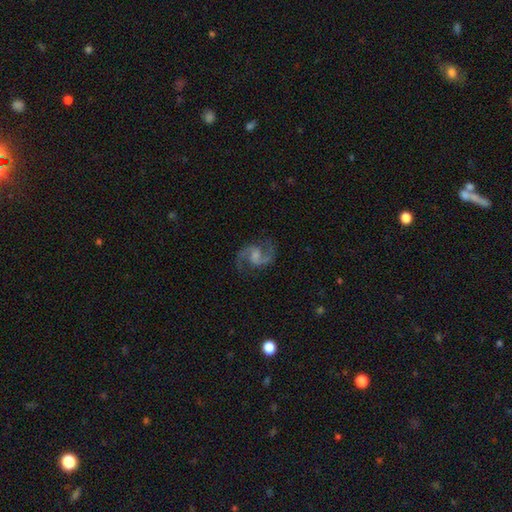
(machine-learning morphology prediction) smooth_or_featured: featured or disk (p=0.91) [alt: star or artifact p=0.05]
disk_edge_on: no (p=0.98) [alt: yes p=0.02]
bar: weak (p=0.50) [alt: no p=0.37]
has_spiral_arms: yes (p=0.98) [alt: no p=0.02]
spiral_winding: medium (p=0.60) [alt: loose p=0.29]
spiral_arm_count: 2 (p=0.94) [alt: can't tell p=0.02]
bulge_size: small (p=0.42) [alt: moderate p=0.31]
merging: none (p=0.83) [alt: minor disturbance p=0.11]